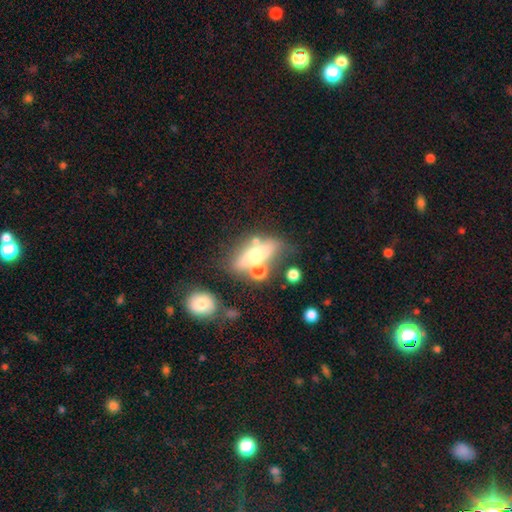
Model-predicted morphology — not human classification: The model was most divided on "smooth or featured": featured or disk: 46%, smooth: 44%, star or artifact: 10%. More confident: merging — none (59%).